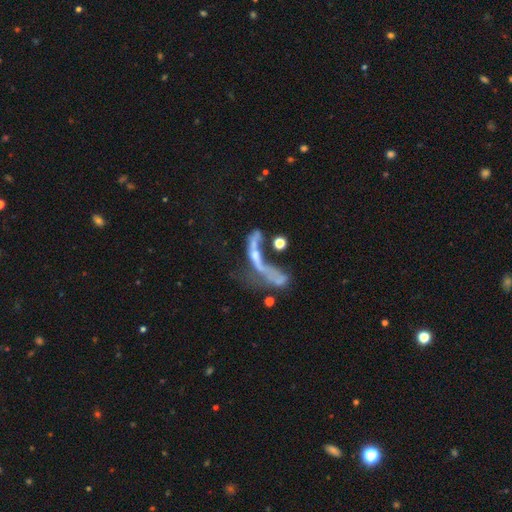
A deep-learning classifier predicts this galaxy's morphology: smooth_or_featured: featured or disk (p=0.56) [alt: smooth p=0.27]
disk_edge_on: no (p=0.81) [alt: yes p=0.19]
merging: merger (p=0.42) [alt: major disturbance p=0.36]